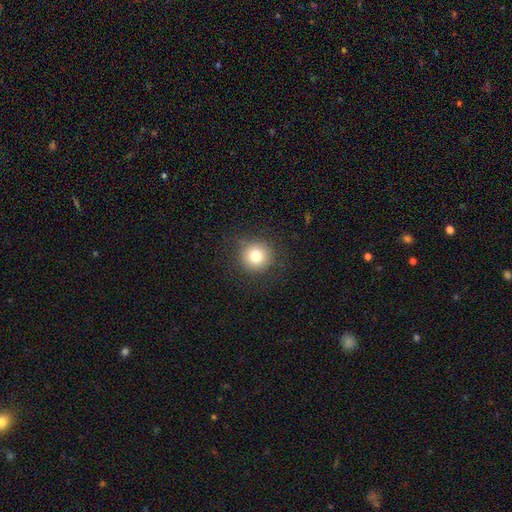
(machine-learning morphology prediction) Q: Smooth or featured?
A: smooth (79%); runner-up: star or artifact (12%)
Q: How rounded?
A: round (94%); runner-up: in between (5%)
Q: Merging?
A: none (87%); runner-up: minor disturbance (8%)